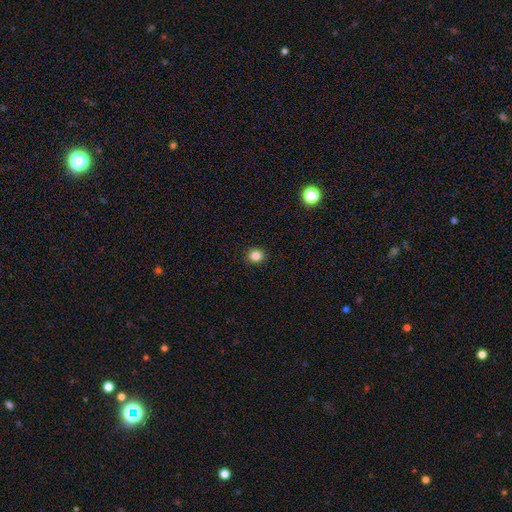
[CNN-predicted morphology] A smooth galaxy with no disk features (84%) that is round (86%).

Vote fractions:
- Smooth or featured? smooth: 84% / star or artifact: 12% / featured or disk: 4%
- How rounded? round: 86% / in between: 14% / cigar-shaped: 1%
- Merging? none: 92% / minor disturbance: 6% / major disturbance: 2% / merger: 1%